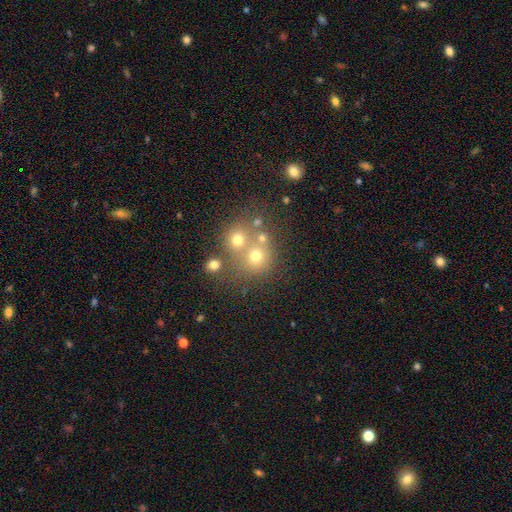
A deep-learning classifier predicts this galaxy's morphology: smooth-or-featured: smooth: 62% | star or artifact: 21% | featured or disk: 17%
  how-rounded: round: 84% | in between: 15% | cigar-shaped: 1%
  merging: none: 49% | merger: 38% | minor disturbance: 8% | major disturbance: 4%